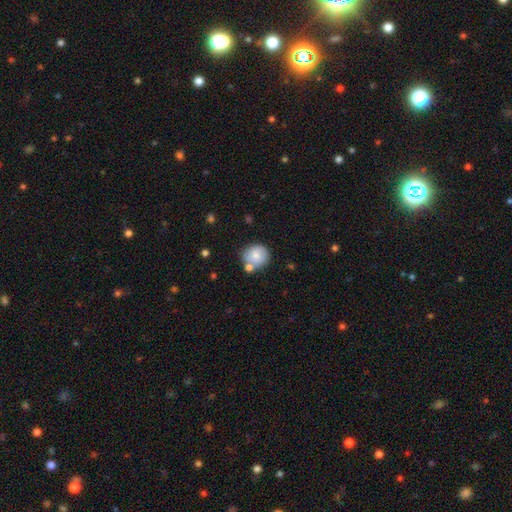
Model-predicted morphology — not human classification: smooth_or_featured: smooth (p=0.79) [alt: featured or disk p=0.13]
how_rounded: round (p=0.82) [alt: in between p=0.17]
merging: none (p=0.64) [alt: minor disturbance p=0.16]